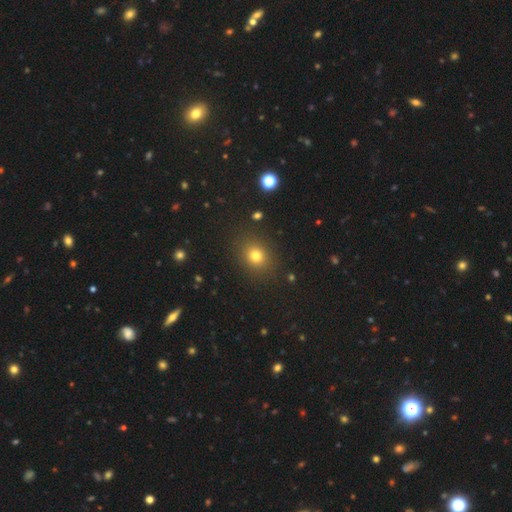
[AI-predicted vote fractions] Smooth or featured: smooth — 77% (star or artifact — 16%)
How rounded: round — 71% (in between — 28%)
Merging: none — 87% (minor disturbance — 8%)